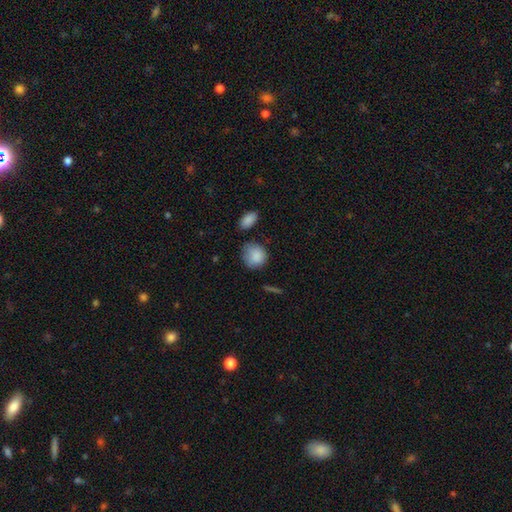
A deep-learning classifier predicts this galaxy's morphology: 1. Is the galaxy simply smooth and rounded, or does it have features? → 87% smooth, 7% star or artifact, 6% featured or disk.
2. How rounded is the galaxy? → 77% round, 22% in between, 1% cigar-shaped.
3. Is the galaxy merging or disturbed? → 63% none, 27% minor disturbance, 6% major disturbance, 4% merger.